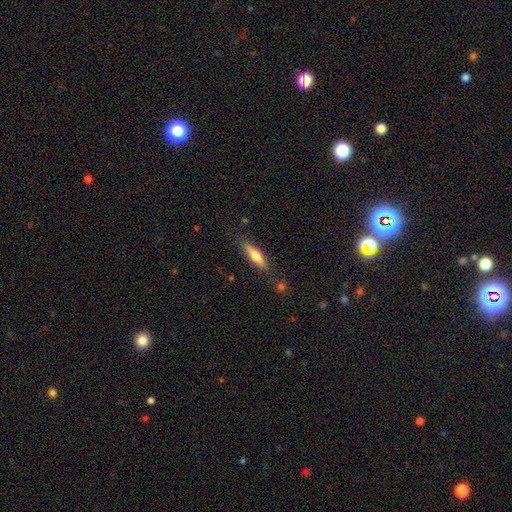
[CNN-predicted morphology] Smooth or featured: smooth — 54% (featured or disk — 40%)
How rounded: cigar-shaped — 68% (in between — 29%)
Merging: none — 81% (minor disturbance — 13%)